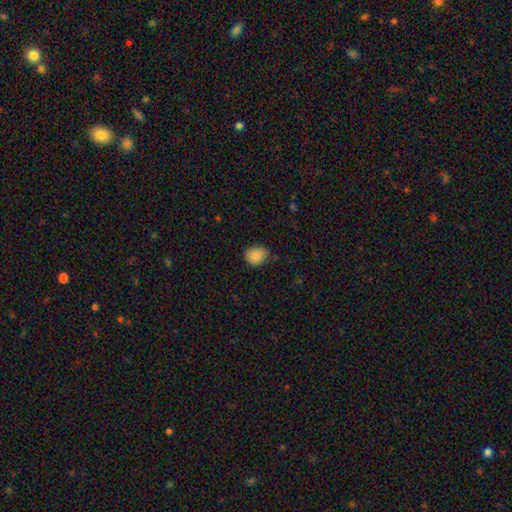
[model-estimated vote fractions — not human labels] Morphology: type=smooth (84%); roundness=round (69%); merging=none (70%).